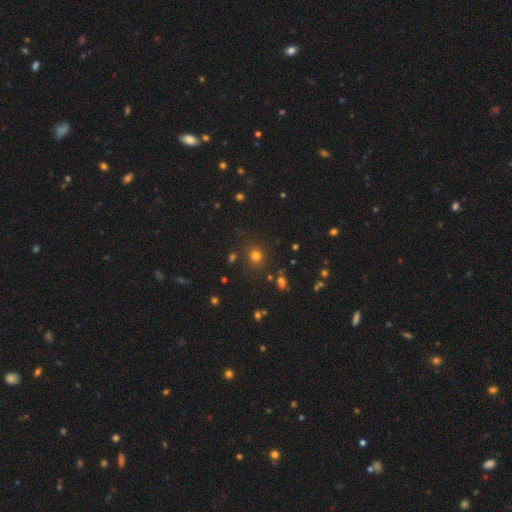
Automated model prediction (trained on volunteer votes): Overall: smooth (74%). How rounded: round (86%). Merging: none (84%).